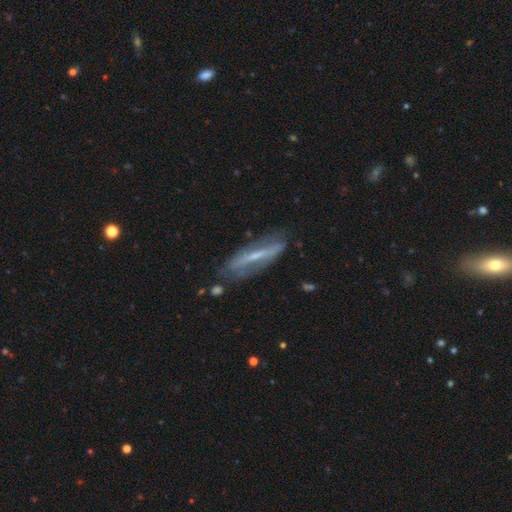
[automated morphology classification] A featured or disk galaxy (68%) viewed edge-on (54%).

Vote fractions:
- Smooth or featured? featured or disk: 68% / smooth: 24% / star or artifact: 7%
- Edge-on disk? yes: 54% / no: 46%
- Merging? none: 70% / minor disturbance: 19% / major disturbance: 7% / merger: 3%